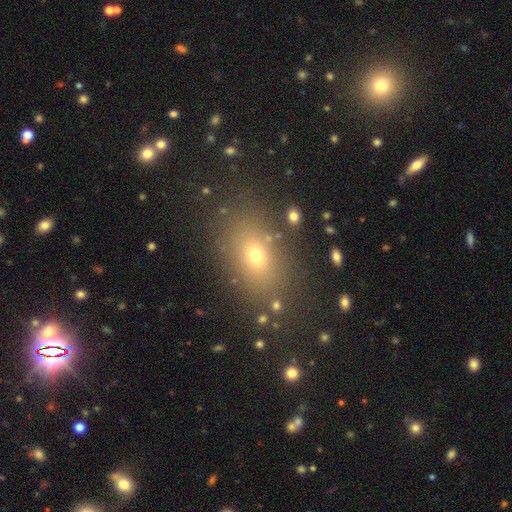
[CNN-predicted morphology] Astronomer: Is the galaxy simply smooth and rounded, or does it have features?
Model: smooth — 65%.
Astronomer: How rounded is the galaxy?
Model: in between — 74%.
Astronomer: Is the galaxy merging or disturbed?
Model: none — 83%.